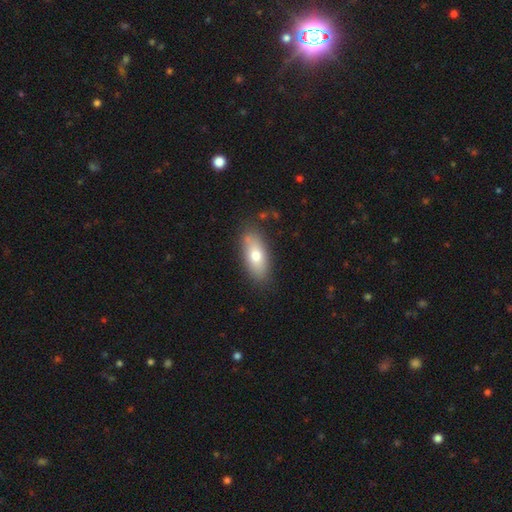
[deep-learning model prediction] smooth-or-featured: smooth: 72% | featured or disk: 21% | star or artifact: 7%
  how-rounded: in between: 83% | cigar-shaped: 13% | round: 4%
  merging: none: 81% | minor disturbance: 14% | major disturbance: 3% | merger: 2%